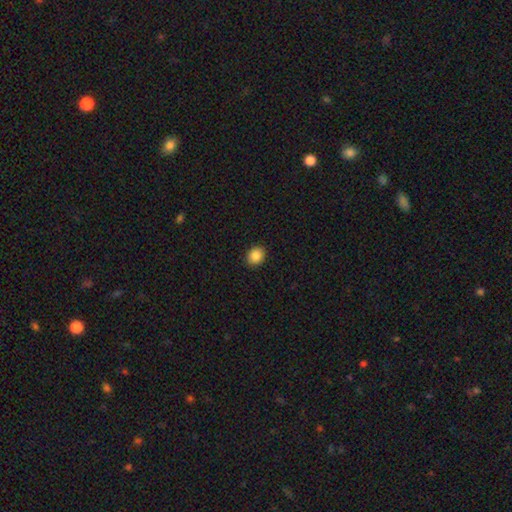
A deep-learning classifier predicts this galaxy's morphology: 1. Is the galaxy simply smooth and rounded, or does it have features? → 86% smooth, 9% star or artifact, 5% featured or disk.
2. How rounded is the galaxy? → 64% round, 35% in between, 1% cigar-shaped.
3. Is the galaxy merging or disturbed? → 91% none, 6% minor disturbance, 2% major disturbance, 1% merger.